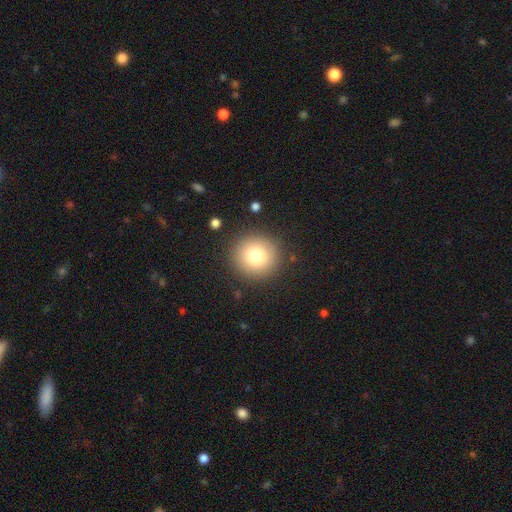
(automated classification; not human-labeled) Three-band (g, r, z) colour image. It shows a smooth galaxy with no disk features (80%) that is round (94%). Merging: none (89%).